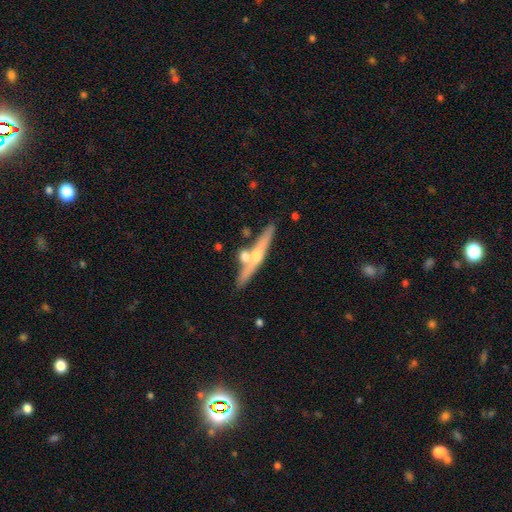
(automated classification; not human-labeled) This is possibly a featured or disk galaxy (60%). It is clearly viewed edge-on (94%). Edge-on bulge: clearly rounded (83%). Merging: likely none (70%).